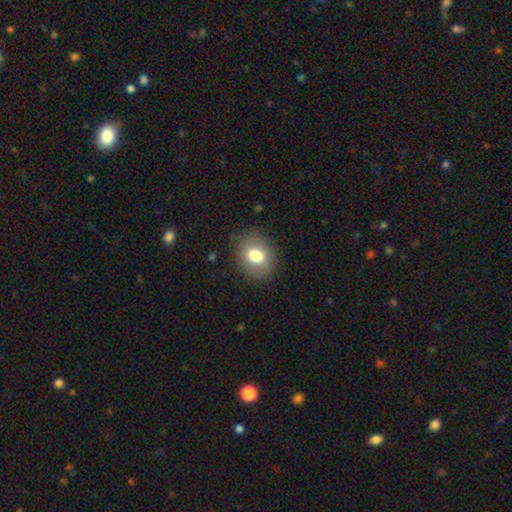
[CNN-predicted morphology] A smooth galaxy with no disk features (78%) that is round (55%).

Vote fractions:
- Smooth or featured? smooth: 78% / featured or disk: 13% / star or artifact: 10%
- How rounded? round: 55% / in between: 44% / cigar-shaped: 1%
- Merging? none: 85% / minor disturbance: 10% / major disturbance: 4% / merger: 1%